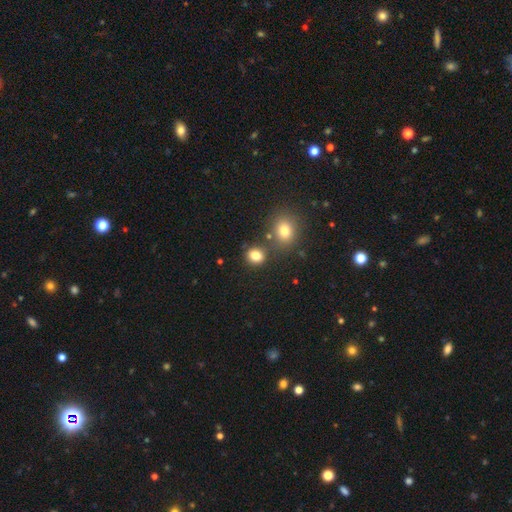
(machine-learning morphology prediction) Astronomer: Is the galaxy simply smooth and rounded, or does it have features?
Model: smooth — 81%.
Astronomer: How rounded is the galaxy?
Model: round — 71%.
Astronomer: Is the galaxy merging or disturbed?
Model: none — 72%.